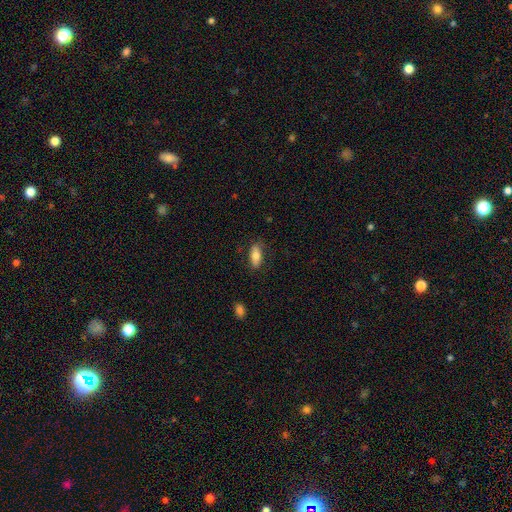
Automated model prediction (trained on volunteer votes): A smooth galaxy with no disk features (76%) that is in between round and cigar-shaped (83%).

Vote fractions:
- Smooth or featured? smooth: 76% / featured or disk: 17% / star or artifact: 7%
- How rounded? in between: 83% / cigar-shaped: 14% / round: 3%
- Merging? none: 81% / minor disturbance: 15% / major disturbance: 4% / merger: 1%